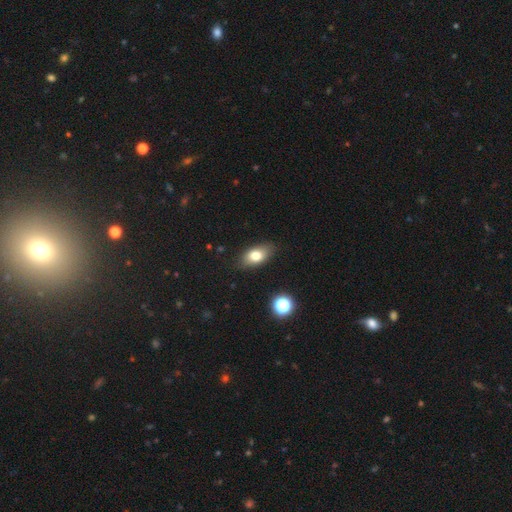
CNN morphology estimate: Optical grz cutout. It shows a smooth galaxy with no disk features (77%) that is in between round and cigar-shaped (87%). Merging: none (83%).